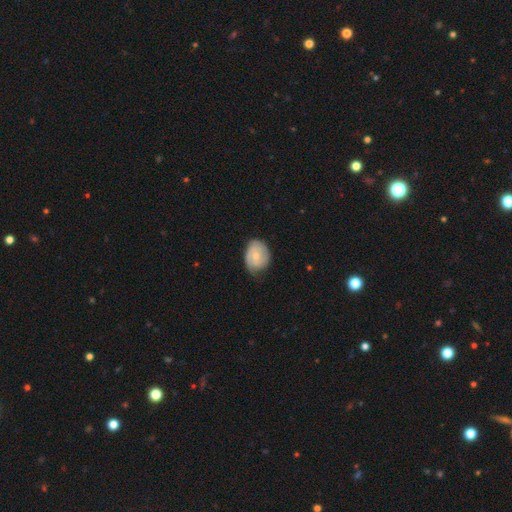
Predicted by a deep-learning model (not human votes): This appears to be a featured or disk galaxy (49%). Merging: none (58%).